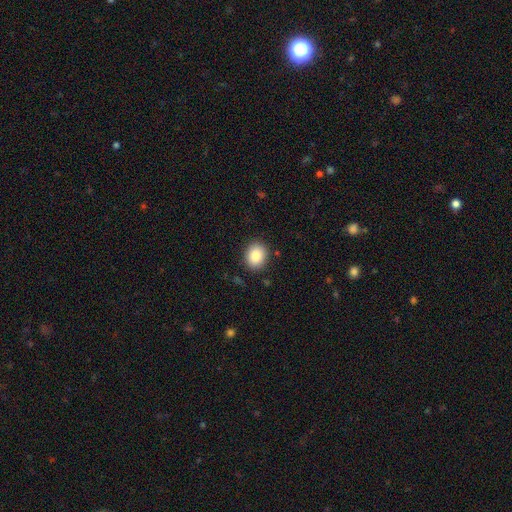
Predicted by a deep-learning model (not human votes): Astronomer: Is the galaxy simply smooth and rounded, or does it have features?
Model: smooth — 87%.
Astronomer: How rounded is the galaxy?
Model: round — 56% (runner-up: in between, 43%).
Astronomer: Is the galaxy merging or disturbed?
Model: none — 88%.